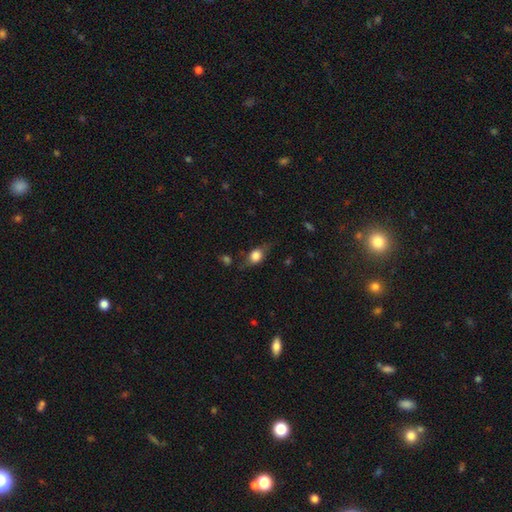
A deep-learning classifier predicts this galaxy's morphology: Q: Smooth or featured?
A: smooth (71%); runner-up: featured or disk (20%)
Q: How rounded?
A: in between (59%); runner-up: round (36%)
Q: Merging?
A: none (63%); runner-up: minor disturbance (24%)